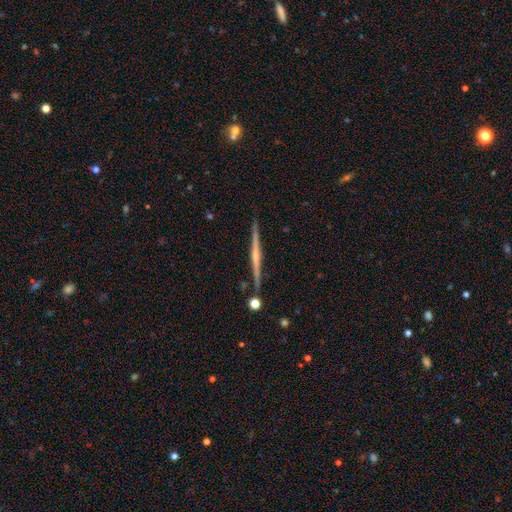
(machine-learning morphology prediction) Smooth or featured: featured or disk — 78% (smooth — 16%)
Edge-on disk: yes — 98% (no — 2%)
Edge-on bulge: rounded — 56% (none — 34%)
Merging: none — 89% (minor disturbance — 7%)